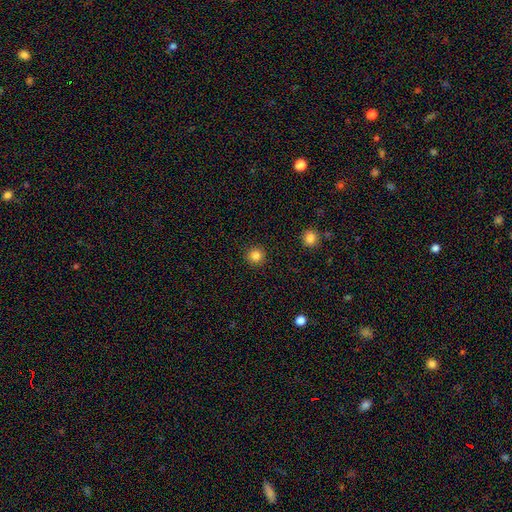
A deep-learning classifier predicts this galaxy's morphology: The model was most divided on "smooth or featured": smooth: 84%, star or artifact: 12%, featured or disk: 4%. More confident: how rounded — round (95%); merging — none (92%).